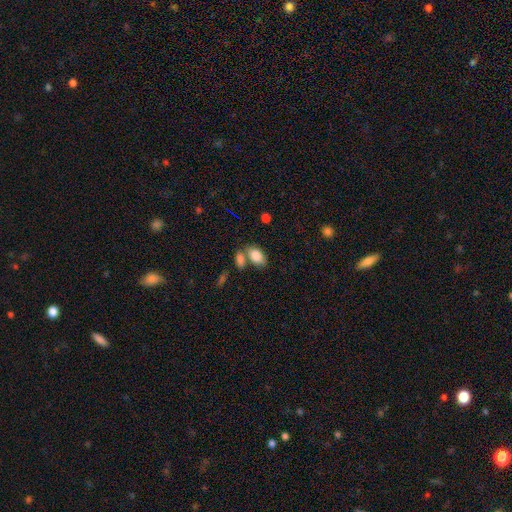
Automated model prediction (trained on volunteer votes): Morphology: type=smooth (84%); roundness=in between (90%); merging=none (49%).